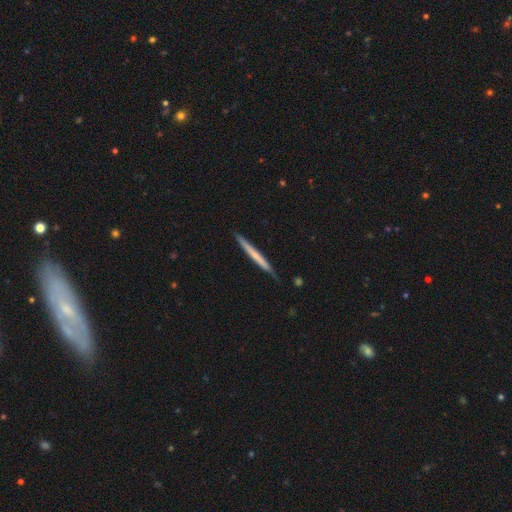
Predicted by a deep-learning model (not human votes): This appears to be a smooth galaxy with no disk features (52%) that is cigar-shaped (97%). Merging: none (86%).